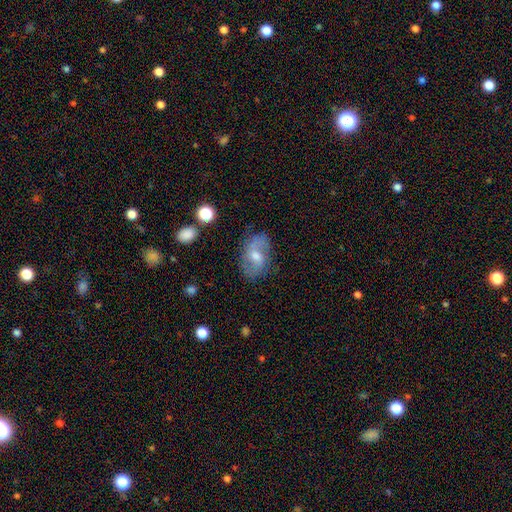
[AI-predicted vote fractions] Smooth or featured: featured or disk — 58% (smooth — 33%)
Edge-on disk: no — 95% (yes — 5%)
Bar: weak — 45% (no — 44%)
Spiral arms: yes — 81% (no — 19%)
Bulge size: moderate — 63% (small — 26%)
Merging: none — 72% (minor disturbance — 19%)